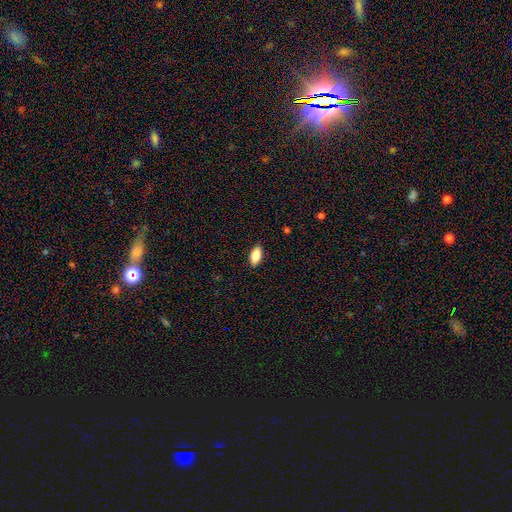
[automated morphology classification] Smooth or featured? smooth (82%)
How rounded? in between (89%)
Merging? none (88%)